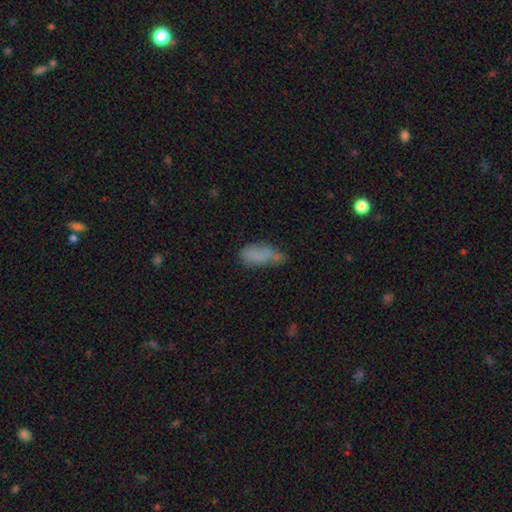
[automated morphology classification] The model was most divided on "merging": none: 41%, minor disturbance: 30%, major disturbance: 15%, merger: 14%. More confident: how rounded — in between (83%); smooth or featured — smooth (74%).